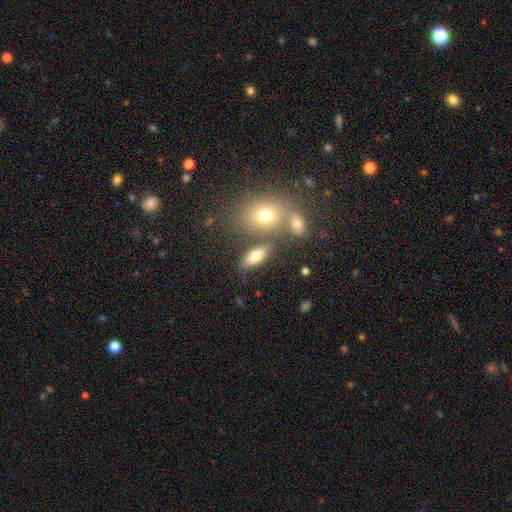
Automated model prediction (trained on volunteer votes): smooth 72%, featured or disk 17%, star or artifact 10%. Down the decision tree: how rounded — in between (74%); merging — none (68%).